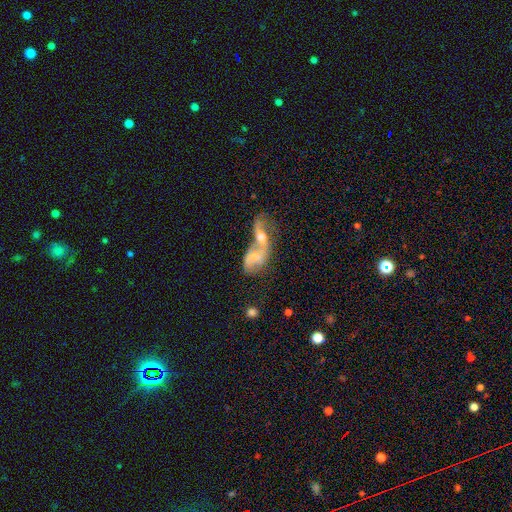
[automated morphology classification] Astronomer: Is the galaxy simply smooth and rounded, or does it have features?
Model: featured or disk — 55% (runner-up: smooth, 35%).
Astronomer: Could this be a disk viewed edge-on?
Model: no — 94%.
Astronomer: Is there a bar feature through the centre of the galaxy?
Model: no — 57% (runner-up: weak, 33%).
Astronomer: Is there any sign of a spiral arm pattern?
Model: yes — 65%.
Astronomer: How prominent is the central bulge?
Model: moderate — 42% (runner-up: small, 39%).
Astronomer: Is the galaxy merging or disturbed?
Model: merger — 75%.